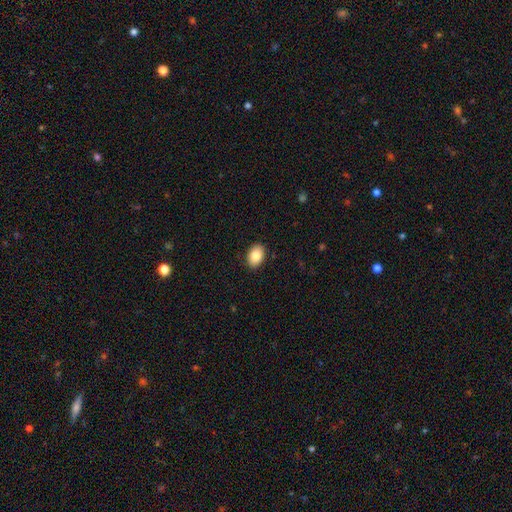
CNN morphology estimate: smooth 86%, star or artifact 7%, featured or disk 7%. Down the decision tree: how rounded — in between (84%); merging — none (90%).